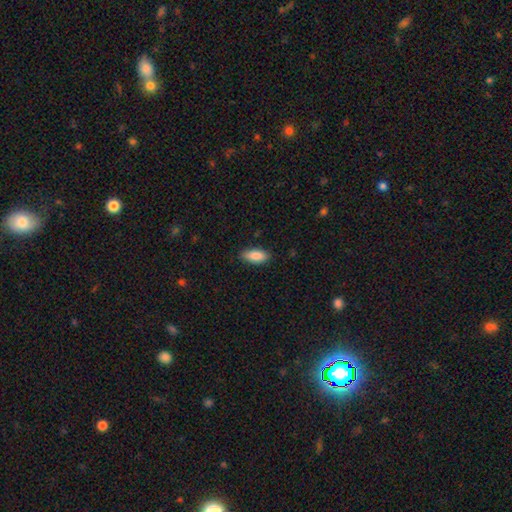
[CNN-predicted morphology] Smooth or featured? Predicted: smooth (p=0.87). How rounded? Predicted: in between (p=0.85). Merging? Predicted: none (p=0.86).